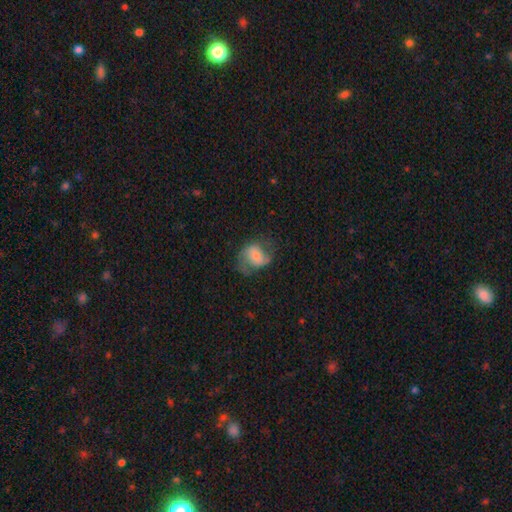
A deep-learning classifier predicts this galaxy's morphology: smooth_or_featured: smooth (p=0.49) [alt: featured or disk p=0.43]
merging: none (p=0.46) [alt: minor disturbance p=0.27]